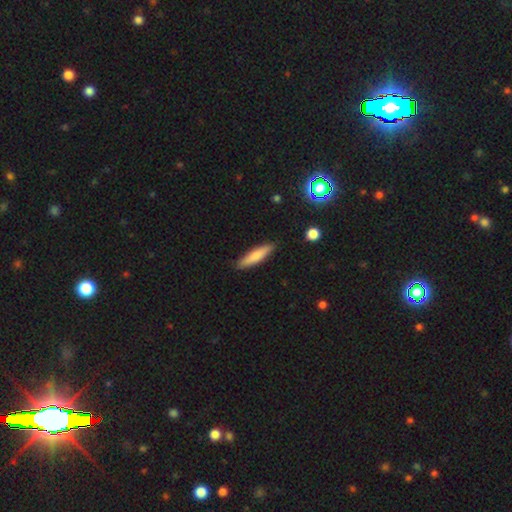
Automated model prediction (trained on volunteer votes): smooth_or_featured: smooth (p=0.74) [alt: featured or disk p=0.20]
how_rounded: cigar-shaped (p=0.81) [alt: in between p=0.18]
merging: none (p=0.88) [alt: minor disturbance p=0.09]